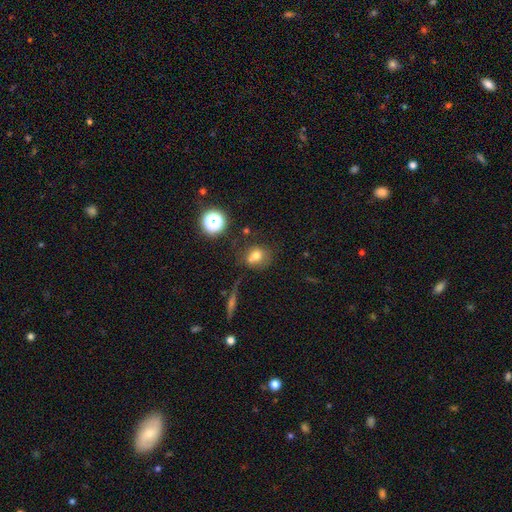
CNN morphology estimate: Smooth or featured? Predicted: smooth (p=0.69). How rounded? Predicted: round (p=0.74). Merging? Predicted: none (p=0.54).